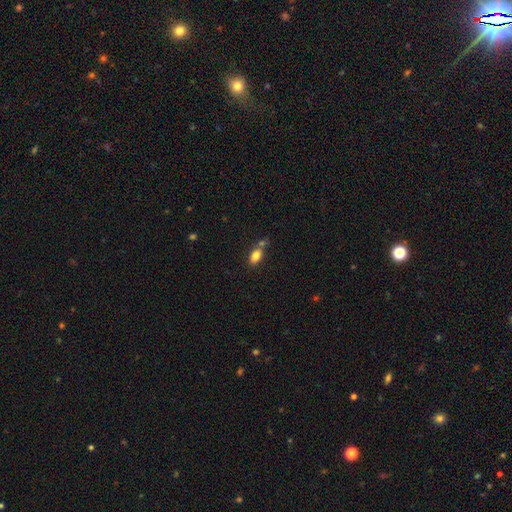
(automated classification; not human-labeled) smooth-or-featured: smooth: 81% | featured or disk: 10% | star or artifact: 9%
  how-rounded: in between: 87% | round: 9% | cigar-shaped: 4%
  merging: none: 57% | merger: 25% | minor disturbance: 14% | major disturbance: 4%